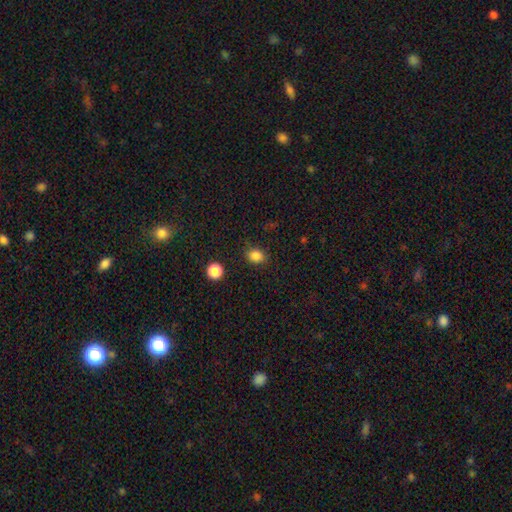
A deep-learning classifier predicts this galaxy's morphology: Q: Smooth or featured?
A: smooth (84%); runner-up: star or artifact (12%)
Q: How rounded?
A: in between (58%); runner-up: round (41%)
Q: Merging?
A: none (82%); runner-up: minor disturbance (12%)